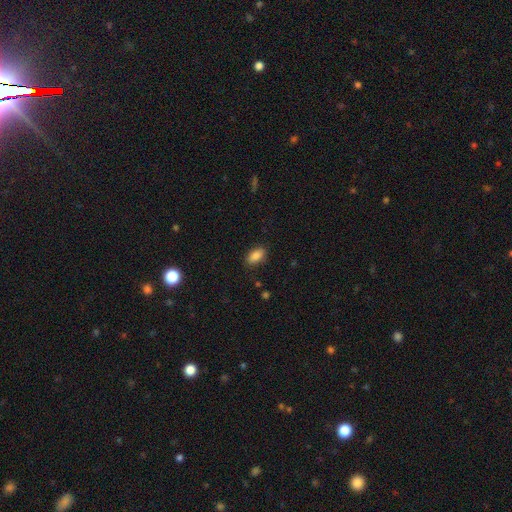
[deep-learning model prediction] Smooth or featured? smooth (85%)
How rounded? in between (91%)
Merging? none (85%)